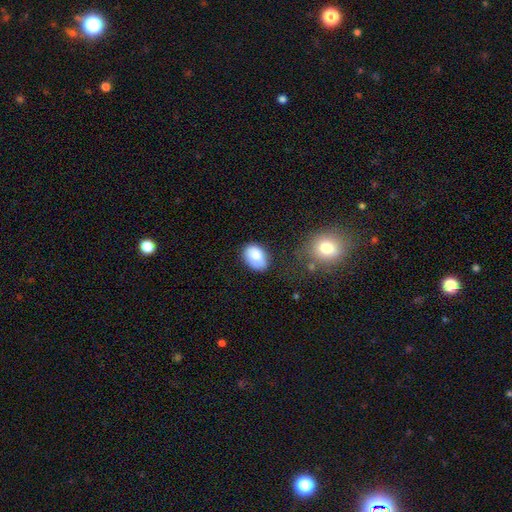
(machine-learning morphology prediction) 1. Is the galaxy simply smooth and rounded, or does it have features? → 83% smooth, 10% featured or disk, 8% star or artifact.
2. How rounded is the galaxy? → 84% in between, 14% round, 1% cigar-shaped.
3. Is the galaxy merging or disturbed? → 64% none, 26% minor disturbance, 6% major disturbance, 4% merger.